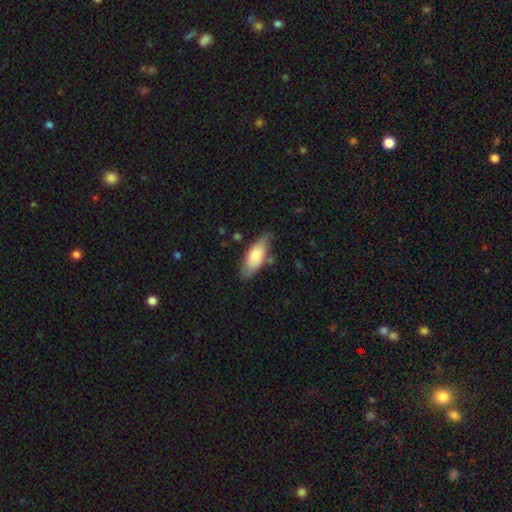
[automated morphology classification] Smooth or featured? Predicted: smooth (p=0.77). How rounded? Predicted: in between (p=0.77). Merging? Predicted: none (p=0.66).